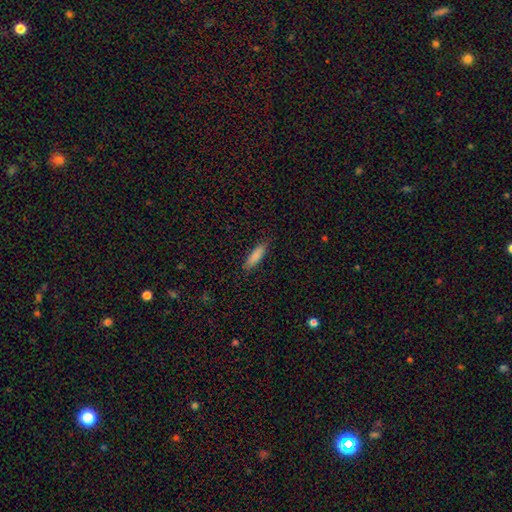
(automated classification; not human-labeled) Q: Smooth or featured?
A: smooth (85%); runner-up: featured or disk (8%)
Q: How rounded?
A: cigar-shaped (62%); runner-up: in between (36%)
Q: Merging?
A: none (85%); runner-up: minor disturbance (12%)